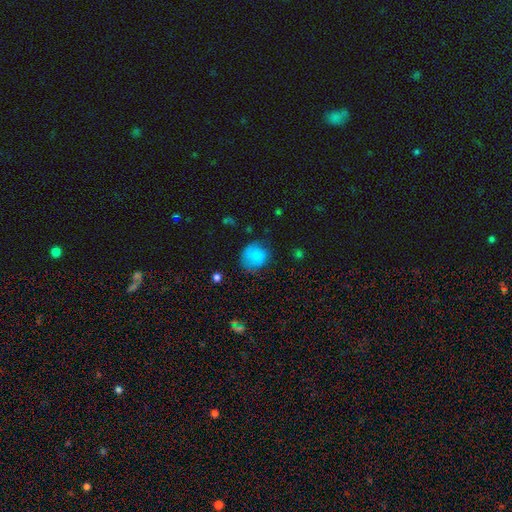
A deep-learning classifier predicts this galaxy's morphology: A smooth galaxy with no disk features (81%) that is round (73%). Merging: none (63%).